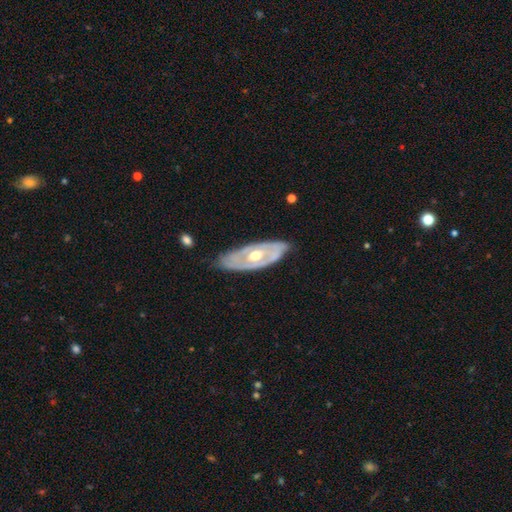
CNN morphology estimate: Smooth or featured?
  - featured or disk: 73% *
  - smooth: 23%
  - star or artifact: 4%
Edge-on disk?
  - no: 80% *
  - yes: 20%
Bar?
  - no: 78% *
  - weak: 17%
  - strong: 5%
Spiral arms?
  - no: 60% *
  - yes: 40%
Bulge size?
  - moderate: 77% *
  - small: 11%
  - large: 10%
  - dominant: 1%
  - none: 1%
Merging?
  - none: 74% *
  - minor disturbance: 20%
  - major disturbance: 5%
  - merger: 1%